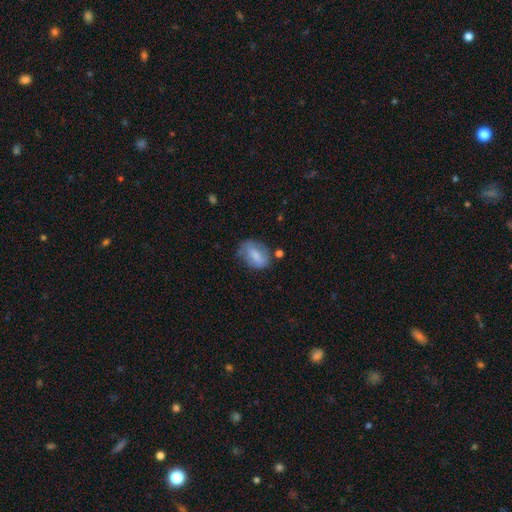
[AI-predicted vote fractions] A smooth galaxy with no disk features (68%) that is in between round and cigar-shaped (83%).

Vote fractions:
- Smooth or featured? smooth: 68% / featured or disk: 24% / star or artifact: 8%
- How rounded? in between: 83% / round: 13% / cigar-shaped: 4%
- Merging? none: 57% / minor disturbance: 28% / major disturbance: 10% / merger: 4%